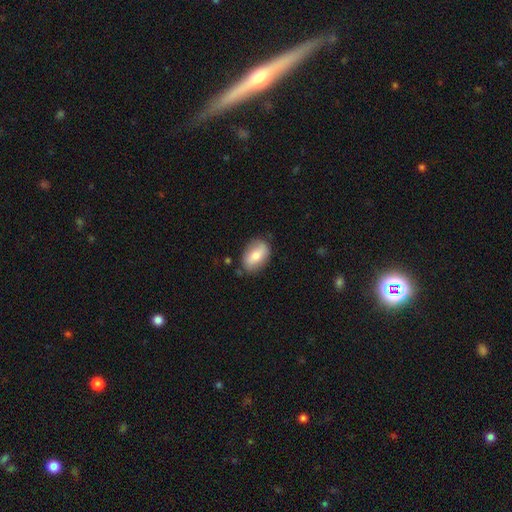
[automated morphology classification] Smooth or featured? smooth (69%)
How rounded? in between (87%)
Merging? none (77%)